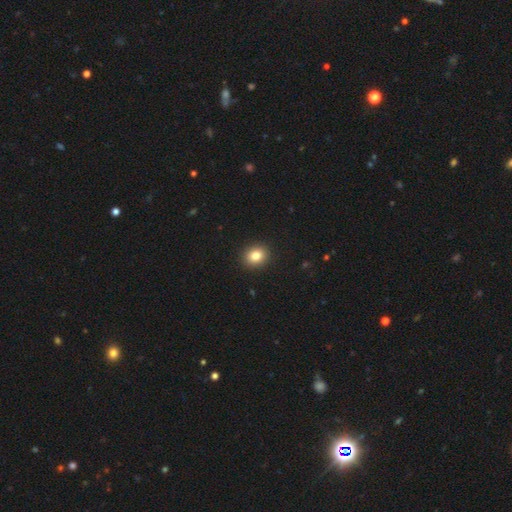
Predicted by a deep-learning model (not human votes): Q: Smooth or featured?
A: smooth (82%); runner-up: star or artifact (10%)
Q: How rounded?
A: round (66%); runner-up: in between (33%)
Q: Merging?
A: none (92%); runner-up: minor disturbance (6%)